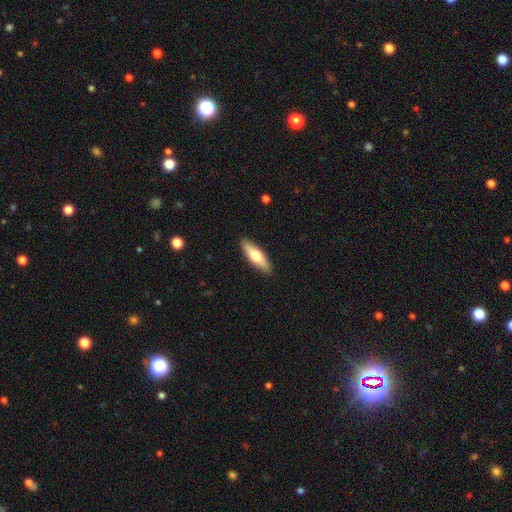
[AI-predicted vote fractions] This is likely a smooth galaxy (62%). How rounded: possibly cigar-shaped (52%). Merging: clearly none (89%).